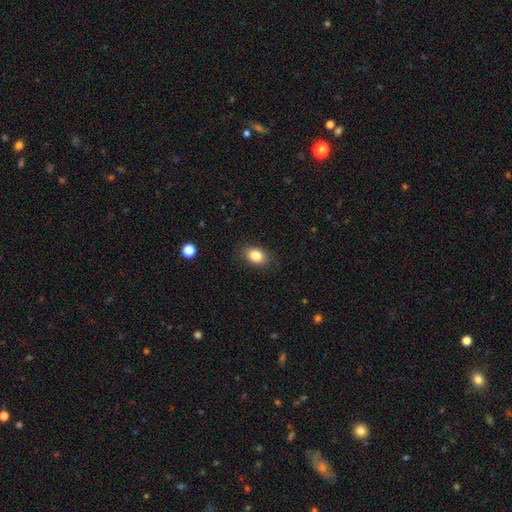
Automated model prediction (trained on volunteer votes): This appears to be a smooth galaxy with no disk features (84%) that is in between round and cigar-shaped (77%). Merging: none (87%).